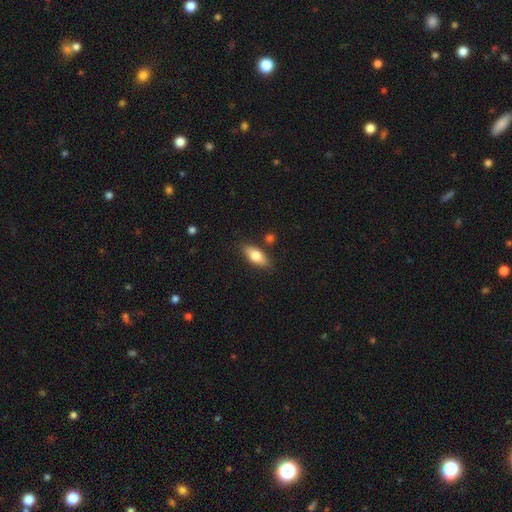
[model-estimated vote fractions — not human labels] This is likely a smooth galaxy (72%). How rounded: likely in between (79%). Merging: clearly none (83%).